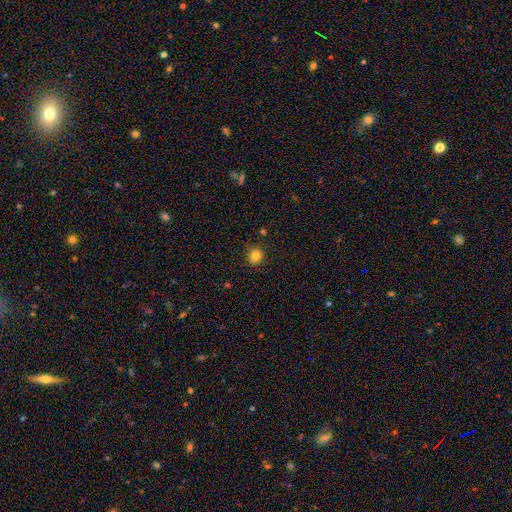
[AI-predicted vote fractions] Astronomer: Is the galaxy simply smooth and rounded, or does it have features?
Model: smooth — 81%.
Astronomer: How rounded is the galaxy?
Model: round — 85%.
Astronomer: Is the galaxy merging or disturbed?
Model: none — 79%.